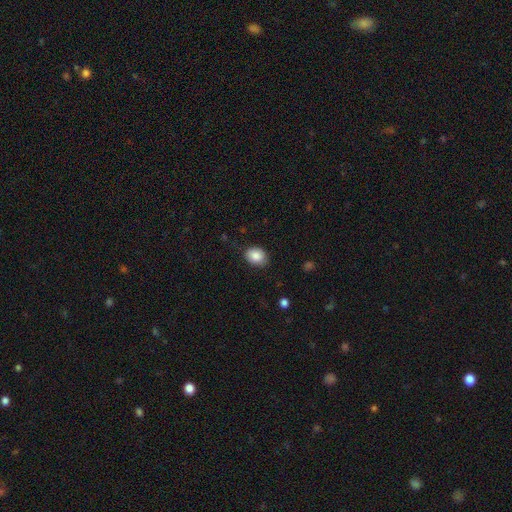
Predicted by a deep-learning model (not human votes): Smooth or featured: smooth — 87% (star or artifact — 8%)
How rounded: in between — 60% (round — 39%)
Merging: none — 80% (minor disturbance — 16%)